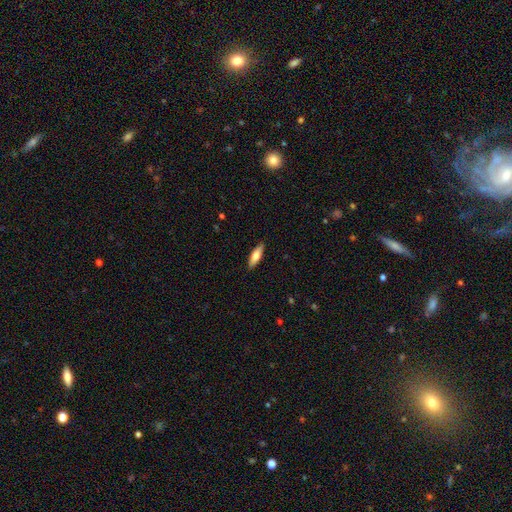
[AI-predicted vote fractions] smooth_or_featured: smooth (p=0.68) [alt: featured or disk p=0.27]
how_rounded: cigar-shaped (p=0.52) [alt: in between p=0.46]
merging: none (p=0.89) [alt: minor disturbance p=0.08]